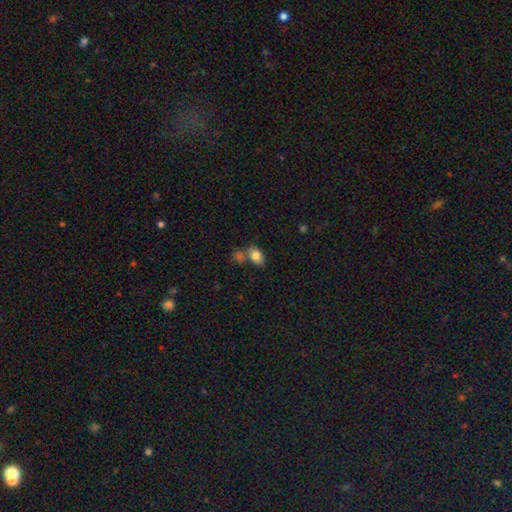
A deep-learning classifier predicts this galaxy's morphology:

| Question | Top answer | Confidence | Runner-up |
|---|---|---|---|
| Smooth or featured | smooth | 82% | featured or disk (9%) |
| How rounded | in between | 84% | round (15%) |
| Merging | none | 52% | merger (28%) |